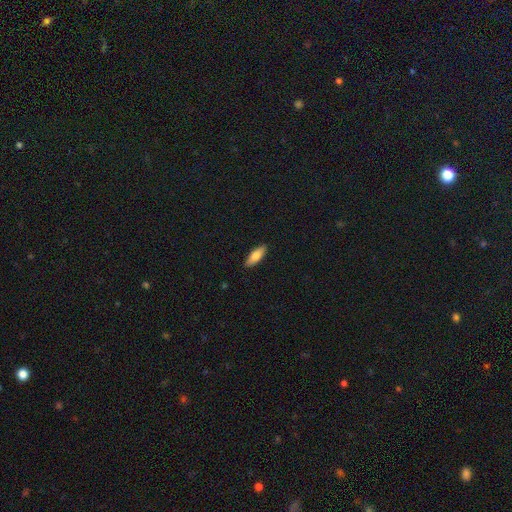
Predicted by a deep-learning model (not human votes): Overall: smooth (77%). How rounded: in between (62%; cigar-shaped 36%). Merging: none (90%).